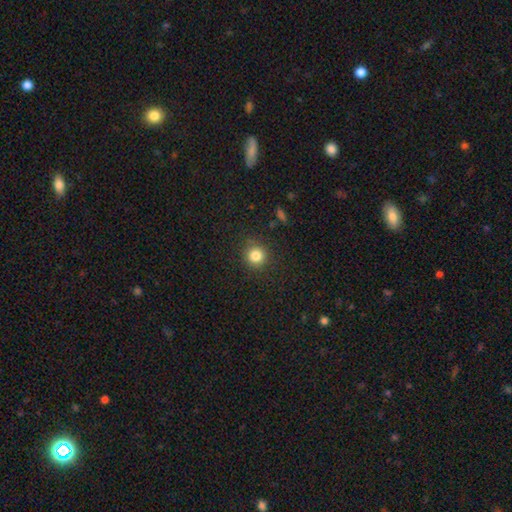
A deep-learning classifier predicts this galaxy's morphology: Smooth or featured? smooth (83%)
How rounded? round (94%)
Merging? none (89%)